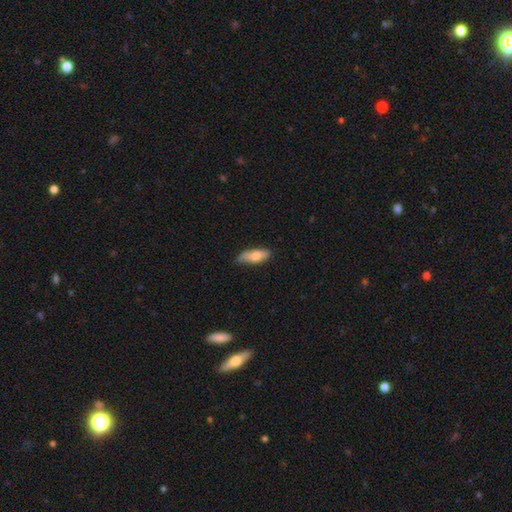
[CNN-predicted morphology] Smooth or featured: smooth — 73% (featured or disk — 21%)
How rounded: in between — 71% (cigar-shaped — 27%)
Merging: none — 67% (minor disturbance — 27%)